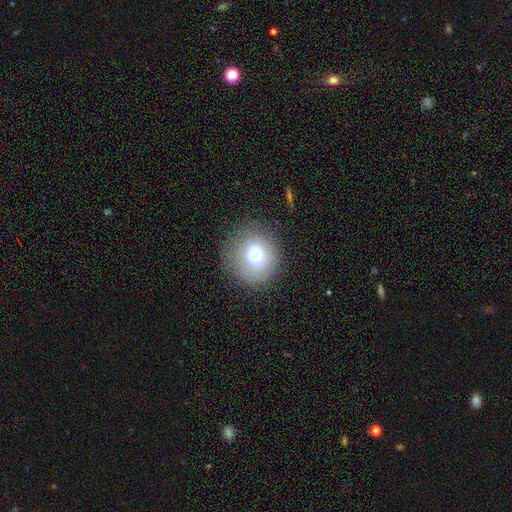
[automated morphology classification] Smooth or featured? smooth (73%)
How rounded? round (92%)
Merging? none (83%)